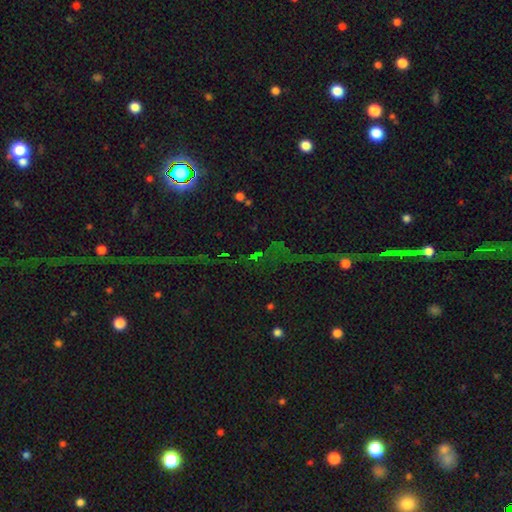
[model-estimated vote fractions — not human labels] This appears to be a star or artifact, not a galaxy (70%).